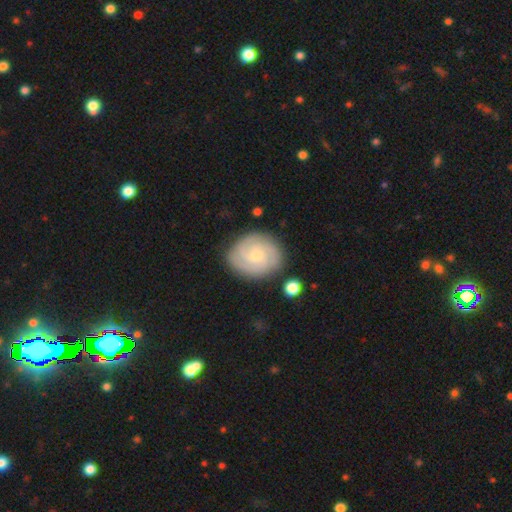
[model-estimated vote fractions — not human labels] A featured or disk galaxy (80%) with no bar (68%), 3 (40%) tight (70%) spiral arms (97%) and a small central bulge (63%).

Vote fractions:
- Smooth or featured? featured or disk: 80% / smooth: 15% / star or artifact: 6%
- Edge-on disk? no: 98% / yes: 2%
- Bar? no: 68% / weak: 28% / strong: 3%
- Spiral arms? yes: 97% / no: 3%
- Spiral winding? tight: 70% / medium: 25% / loose: 5%
- Spiral arm count? 3: 40% / can't tell: 18% / 4: 18% / 2: 15% / more than 4: 5% / 1: 5%
- Bulge size? small: 63% / moderate: 33% / none: 1% / large: 1% / dominant: 1%
- Merging? none: 82% / minor disturbance: 13% / major disturbance: 3% / merger: 2%